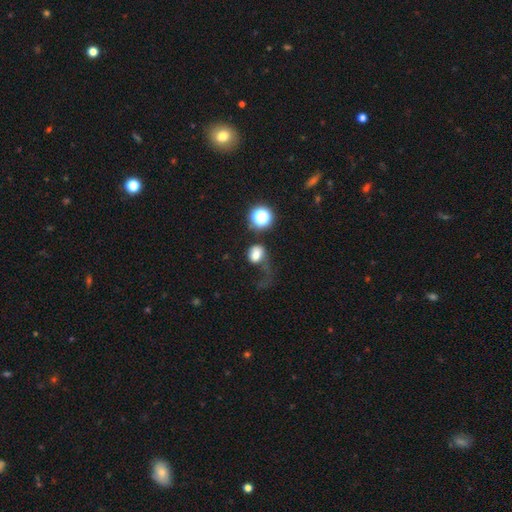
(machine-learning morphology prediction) smooth-or-featured: smooth: 68% | featured or disk: 19% | star or artifact: 14%
  how-rounded: round: 50% | in between: 49% | cigar-shaped: 1%
  merging: major disturbance: 51% | none: 23% | minor disturbance: 16% | merger: 10%